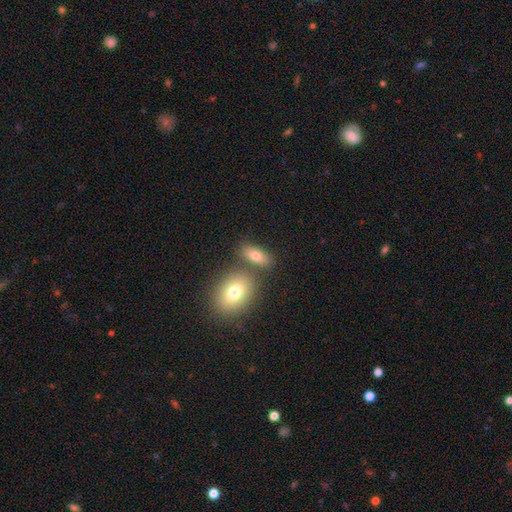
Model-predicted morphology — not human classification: smooth_or_featured: smooth (p=0.75) [alt: featured or disk p=0.15]
how_rounded: in between (p=0.82) [alt: round p=0.11]
merging: none (p=0.66) [alt: merger p=0.19]